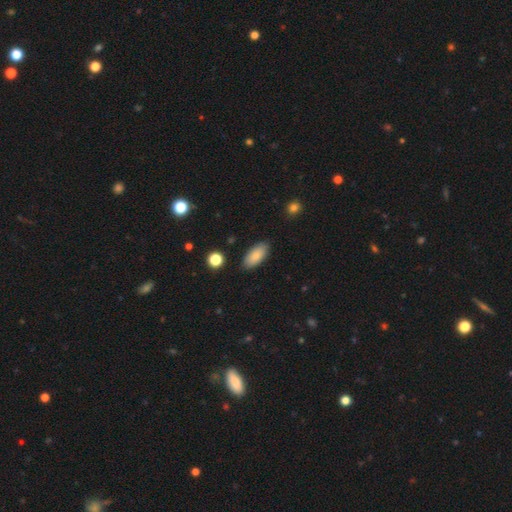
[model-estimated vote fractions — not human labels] Q: Smooth or featured?
A: smooth (83%); runner-up: featured or disk (10%)
Q: How rounded?
A: in between (90%); runner-up: cigar-shaped (8%)
Q: Merging?
A: none (87%); runner-up: minor disturbance (10%)